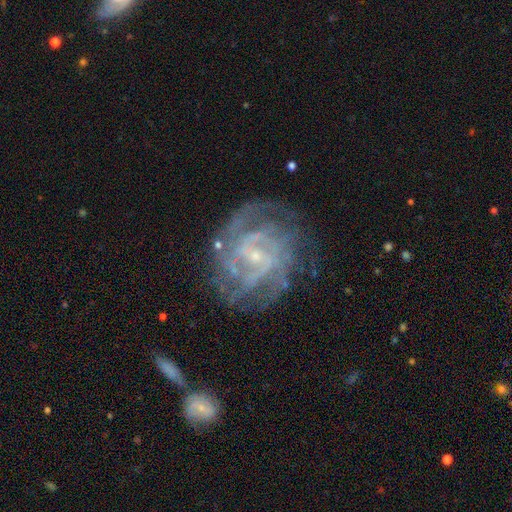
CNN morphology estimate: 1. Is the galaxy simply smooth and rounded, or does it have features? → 88% featured or disk, 6% star or artifact, 6% smooth.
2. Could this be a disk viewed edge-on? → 98% no, 2% yes.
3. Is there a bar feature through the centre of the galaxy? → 45% weak, 41% no, 13% strong.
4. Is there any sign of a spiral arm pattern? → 94% yes, 6% no.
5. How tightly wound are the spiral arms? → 57% tight, 35% medium, 8% loose.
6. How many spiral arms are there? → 31% can't tell, 22% 2, 19% 3, 15% 4, 7% more than 4, 6% 1.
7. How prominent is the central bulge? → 82% small, 12% moderate, 4% none, 1% large, 1% dominant.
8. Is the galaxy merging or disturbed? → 72% none, 17% minor disturbance, 9% major disturbance, 2% merger.